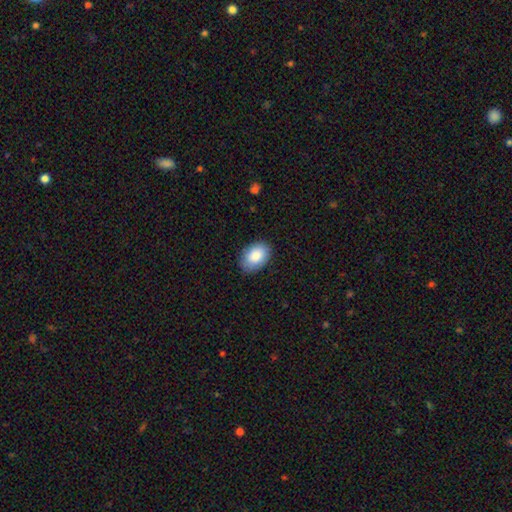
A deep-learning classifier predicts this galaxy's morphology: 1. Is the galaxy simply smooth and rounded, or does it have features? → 87% smooth, 7% featured or disk, 7% star or artifact.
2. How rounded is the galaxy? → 87% in between, 12% round, 1% cigar-shaped.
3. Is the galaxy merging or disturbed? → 85% none, 12% minor disturbance, 2% major disturbance, 1% merger.